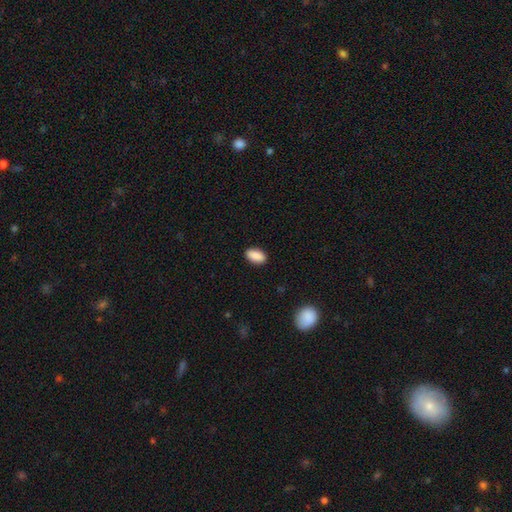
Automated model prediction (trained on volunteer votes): Smooth or featured?
  - smooth: 90% *
  - star or artifact: 7%
  - featured or disk: 3%
How rounded?
  - in between: 92% *
  - round: 5%
  - cigar-shaped: 3%
Merging?
  - none: 89% *
  - minor disturbance: 8%
  - major disturbance: 2%
  - merger: 1%